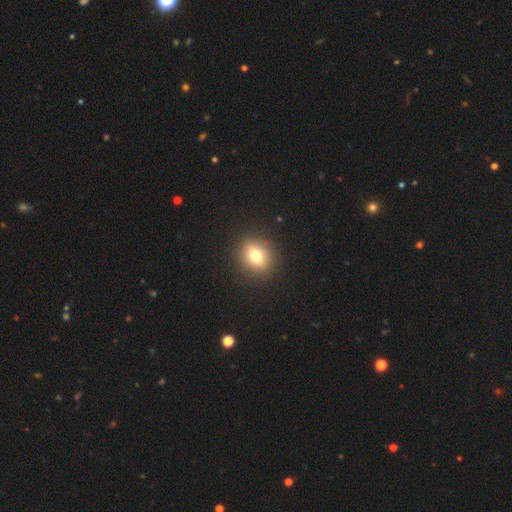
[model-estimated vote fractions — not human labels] smooth-or-featured: smooth: 75% | featured or disk: 13% | star or artifact: 12%
  how-rounded: round: 69% | in between: 29% | cigar-shaped: 1%
  merging: none: 91% | minor disturbance: 6% | major disturbance: 2% | merger: 1%